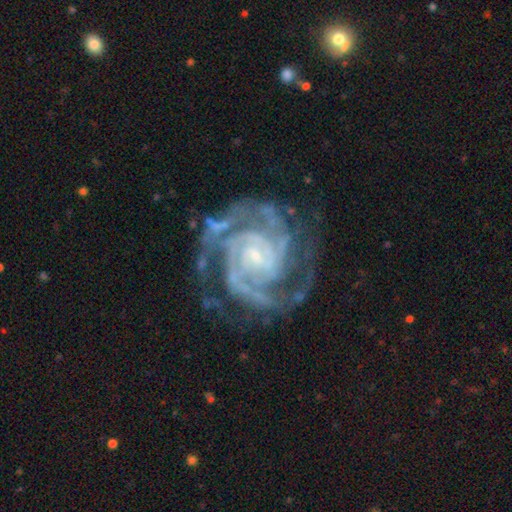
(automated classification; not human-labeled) Q: Smooth or featured?
A: featured or disk (93%); runner-up: star or artifact (4%)
Q: Edge-on disk?
A: no (98%); runner-up: yes (2%)
Q: Bar?
A: no (45%); runner-up: weak (39%)
Q: Spiral arms?
A: yes (99%); runner-up: no (1%)
Q: Spiral winding?
A: tight (69%); runner-up: medium (28%)
Q: Spiral arm count?
A: 2 (41%); runner-up: 3 (26%)
Q: Bulge size?
A: small (74%); runner-up: moderate (17%)
Q: Merging?
A: none (71%); runner-up: minor disturbance (17%)